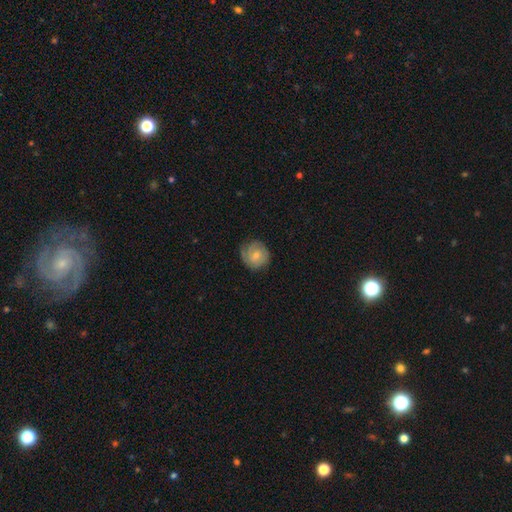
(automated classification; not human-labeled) The model was most divided on "smooth or featured": smooth: 55%, featured or disk: 38%, star or artifact: 7%. More confident: how rounded — round (89%); merging — none (73%).